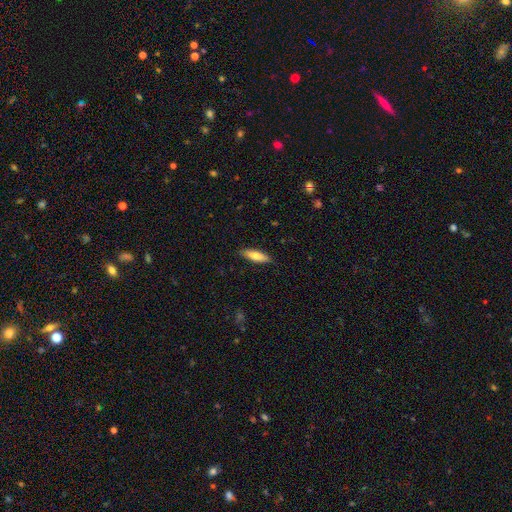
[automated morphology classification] type=smooth (71%); roundness=cigar-shaped (52%); merging=none (88%).